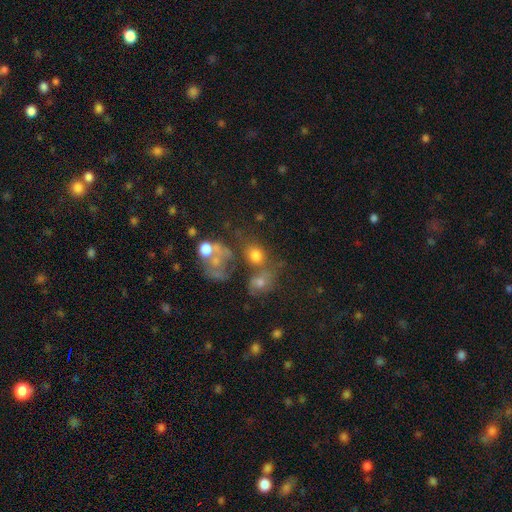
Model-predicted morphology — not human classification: The model was most divided on "merging": none: 40%, merger: 35%, minor disturbance: 13%, major disturbance: 12%. More confident: smooth or featured — smooth (64%); how rounded — round (60%).